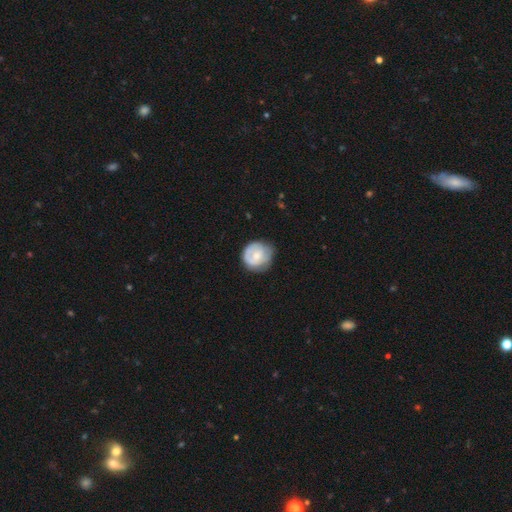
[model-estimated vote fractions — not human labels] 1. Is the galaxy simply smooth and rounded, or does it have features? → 54% smooth, 41% featured or disk, 6% star or artifact.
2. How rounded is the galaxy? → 86% round, 13% in between, 1% cigar-shaped.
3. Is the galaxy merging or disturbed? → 64% none, 26% minor disturbance, 8% major disturbance, 2% merger.